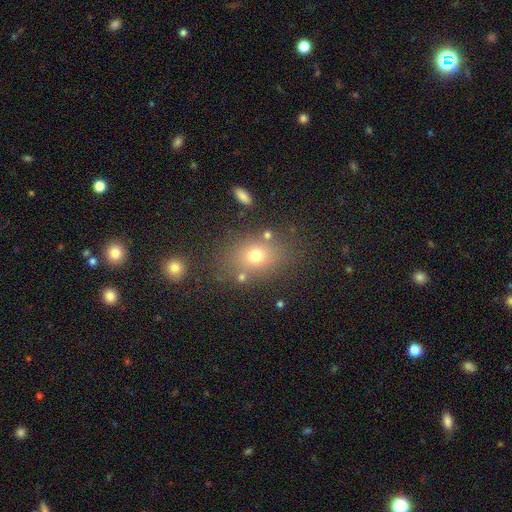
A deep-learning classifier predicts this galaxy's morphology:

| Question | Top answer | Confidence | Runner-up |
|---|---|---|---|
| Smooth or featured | smooth | 69% | star or artifact (17%) |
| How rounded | in between | 64% | round (35%) |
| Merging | none | 74% | minor disturbance (13%) |